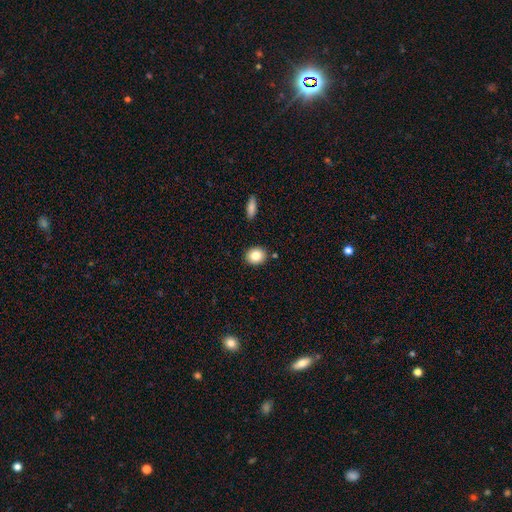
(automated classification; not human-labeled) A smooth galaxy with no disk features (84%) that is round (68%). Merging: none (87%).